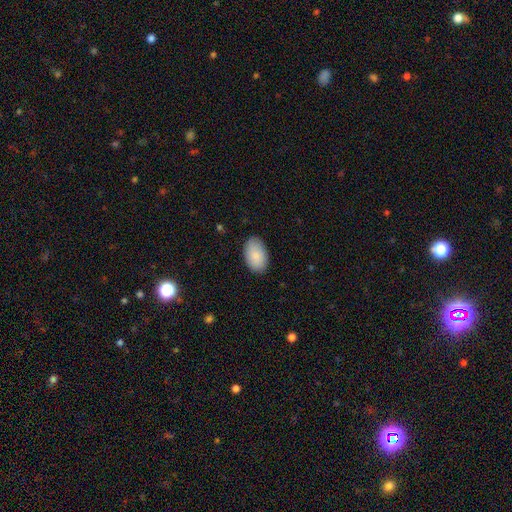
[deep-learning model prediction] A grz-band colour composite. It shows a smooth galaxy with no disk features (87%) that is in between round and cigar-shaped (93%). Merging: none (86%).